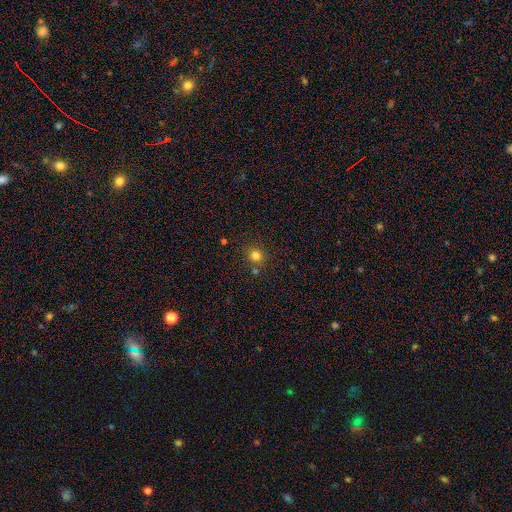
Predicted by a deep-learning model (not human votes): Smooth or featured? smooth (79%)
How rounded? round (91%)
Merging? none (80%)